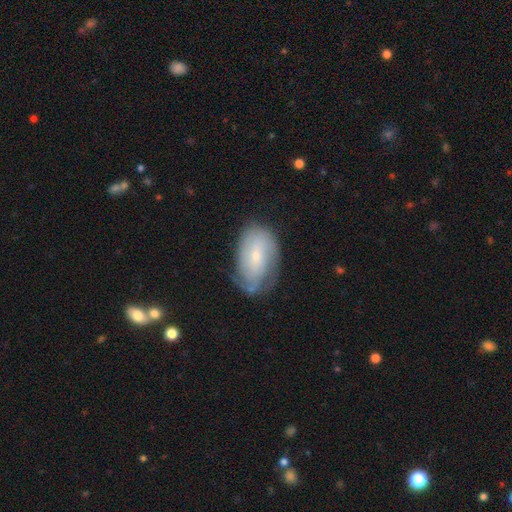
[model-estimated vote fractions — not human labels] This is possibly a featured or disk galaxy (56%). It is clearly not viewed edge-on (94%). Bar: likely no (61%). Spiral arm pattern: likely yes (76%). Central bulge: likely small (73%). Merging: likely none (62%).